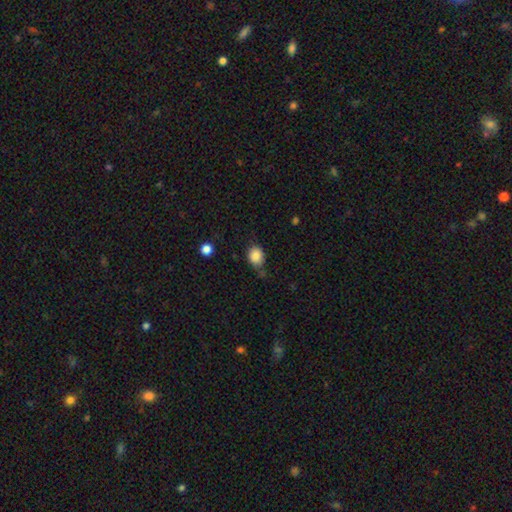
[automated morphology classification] Overall: smooth (86%). How rounded: round (55%; in between 44%). Merging: none (69%).